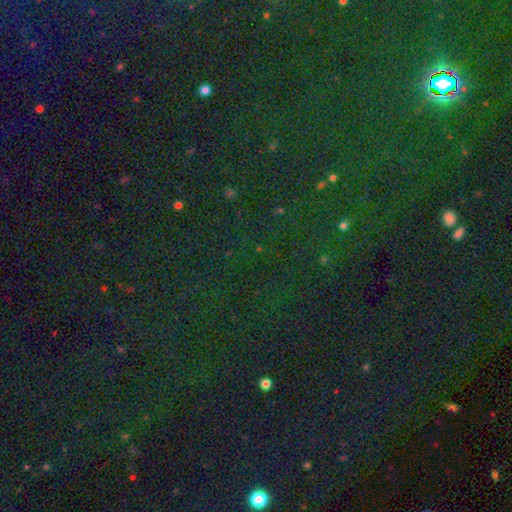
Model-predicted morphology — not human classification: This appears to be a star or artifact, not a galaxy (81%).